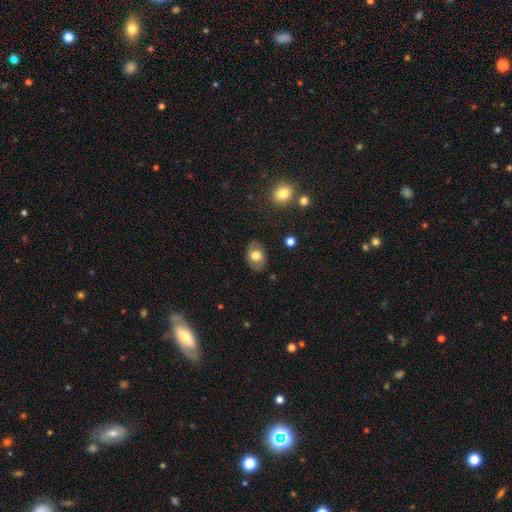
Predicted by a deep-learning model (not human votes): Smooth or featured?
  - smooth: 71% *
  - featured or disk: 21%
  - star or artifact: 8%
How rounded?
  - in between: 76% *
  - round: 23%
  - cigar-shaped: 1%
Merging?
  - none: 84% *
  - minor disturbance: 12%
  - major disturbance: 3%
  - merger: 1%